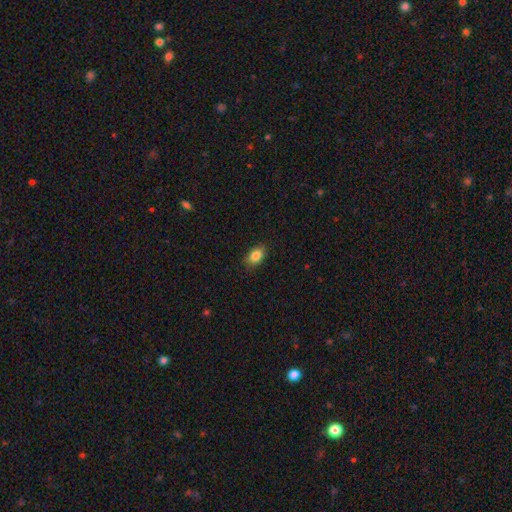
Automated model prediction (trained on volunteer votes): Smooth or featured?
  - smooth: 85% *
  - star or artifact: 9%
  - featured or disk: 6%
How rounded?
  - in between: 86% *
  - round: 13%
  - cigar-shaped: 2%
Merging?
  - none: 86% *
  - minor disturbance: 11%
  - major disturbance: 2%
  - merger: 1%